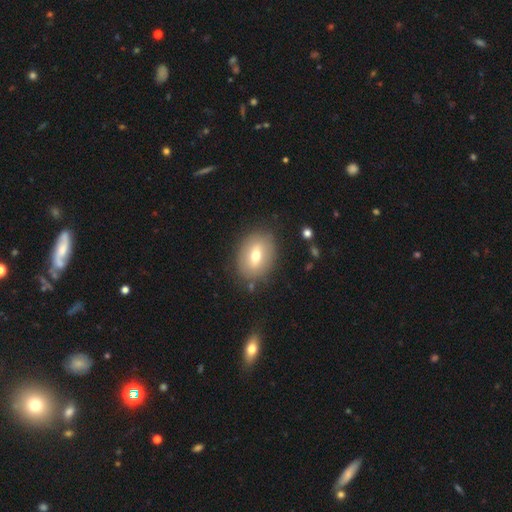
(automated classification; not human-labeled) This appears to be a smooth galaxy with no disk features (62%) that is in between round and cigar-shaped (77%). Merging: none (82%).